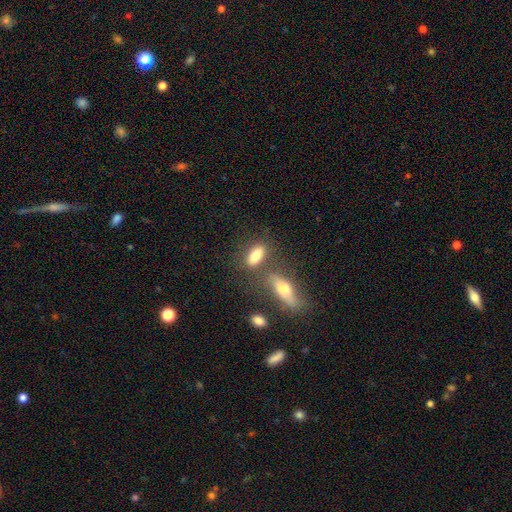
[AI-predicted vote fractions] smooth_or_featured: smooth (p=0.80) [alt: featured or disk p=0.12]
how_rounded: in between (p=0.77) [alt: cigar-shaped p=0.18]
merging: none (p=0.62) [alt: merger p=0.21]